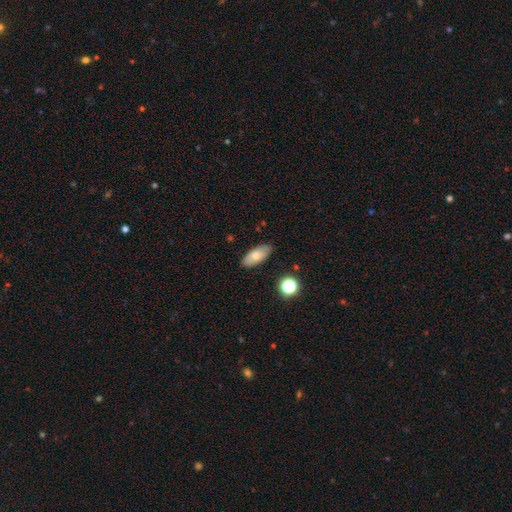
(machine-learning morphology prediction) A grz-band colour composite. It shows a smooth galaxy with no disk features (73%) that is in between round and cigar-shaped (86%). Merging: none (84%).